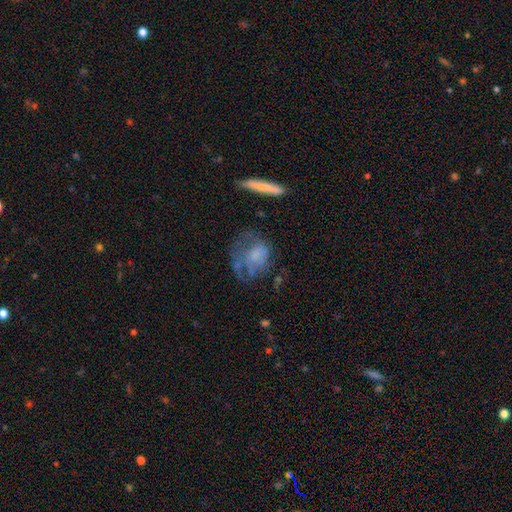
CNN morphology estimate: type=smooth (47%); merging=none (38%).